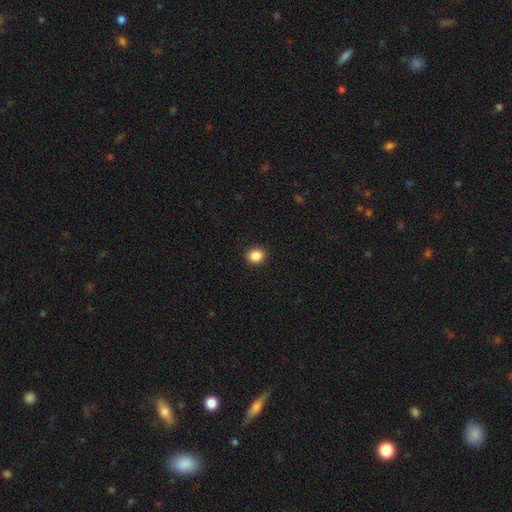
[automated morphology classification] Smooth or featured? smooth (87%)
How rounded? round (80%)
Merging? none (92%)